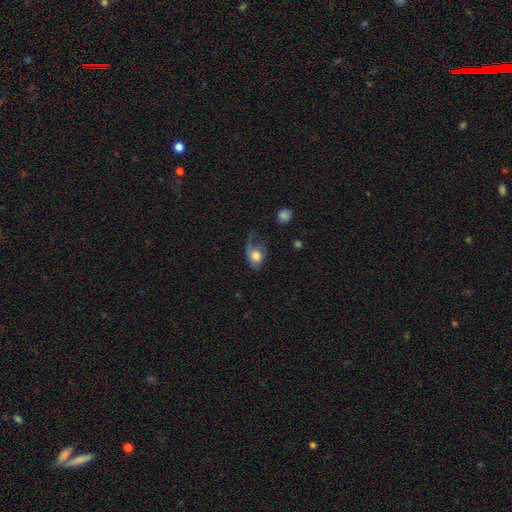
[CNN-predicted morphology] type=smooth (69%); roundness=in between (65%); merging=major disturbance (43%).